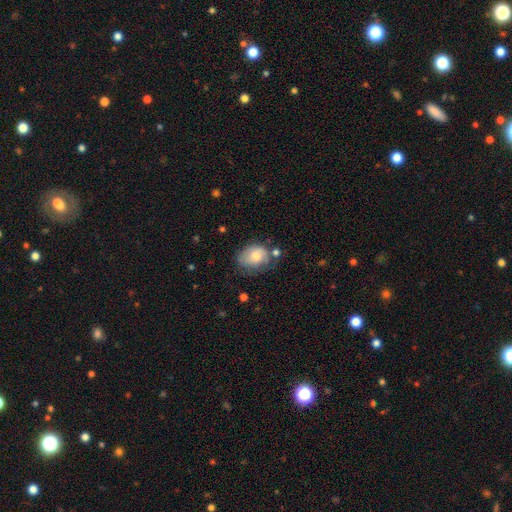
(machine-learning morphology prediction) Q: Smooth or featured?
A: smooth (64%); runner-up: featured or disk (28%)
Q: How rounded?
A: in between (67%); runner-up: round (31%)
Q: Merging?
A: none (51%); runner-up: minor disturbance (29%)